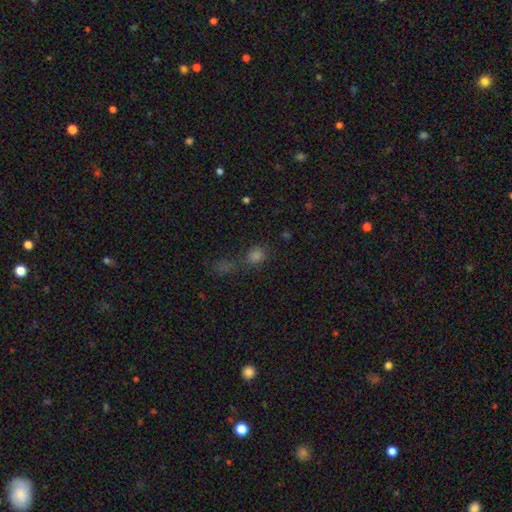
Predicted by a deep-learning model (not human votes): Smooth or featured? Predicted: smooth (p=0.63). How rounded? Predicted: round (p=0.62). Merging? Predicted: none (p=0.49).